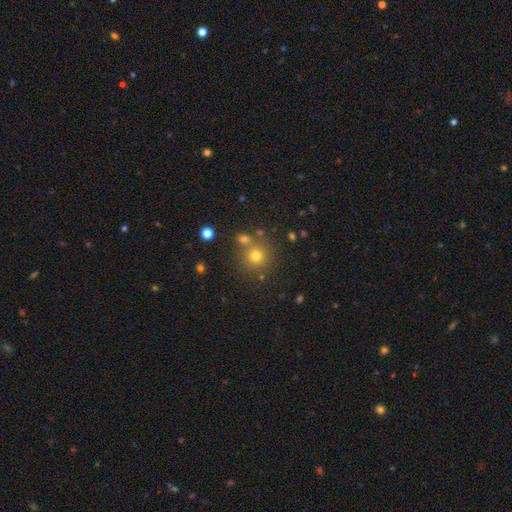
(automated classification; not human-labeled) Smooth or featured? smooth (73%)
How rounded? round (91%)
Merging? none (70%)